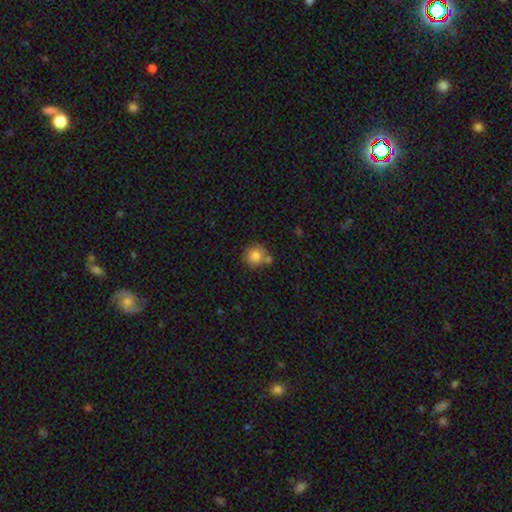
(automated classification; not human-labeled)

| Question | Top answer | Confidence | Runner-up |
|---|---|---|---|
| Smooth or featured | smooth | 82% | star or artifact (9%) |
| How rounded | round | 89% | in between (10%) |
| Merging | none | 65% | merger (20%) |